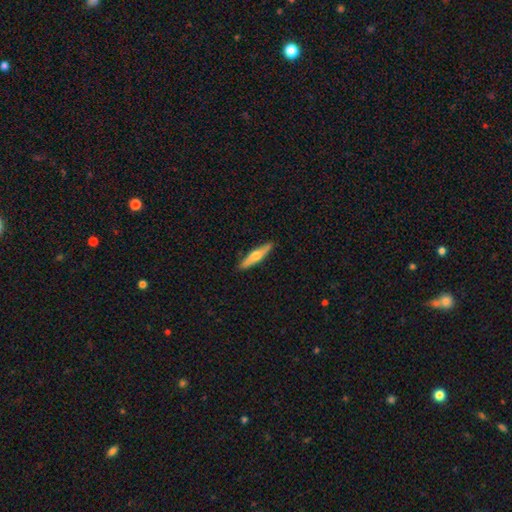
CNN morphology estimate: A smooth galaxy with no disk features (47%, tied with featured or disk).

Vote fractions:
- Smooth or featured? smooth: 47% (tied) / featured or disk: 47% (tied) / star or artifact: 5%
- Merging? none: 90% / minor disturbance: 8% / major disturbance: 1% / merger: 1%